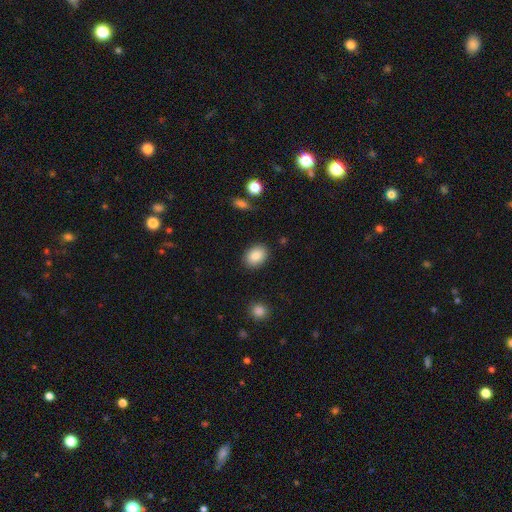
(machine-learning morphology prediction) smooth 86%, star or artifact 8%, featured or disk 6%. Down the decision tree: how rounded — in between (74%); merging — none (88%).